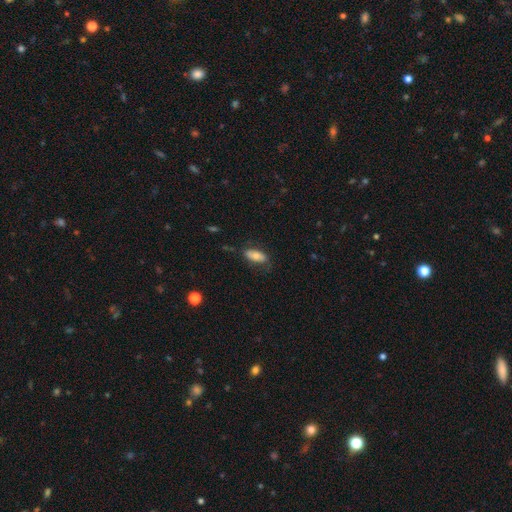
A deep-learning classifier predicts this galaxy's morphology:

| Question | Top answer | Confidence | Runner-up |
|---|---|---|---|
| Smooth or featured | smooth | 71% | featured or disk (22%) |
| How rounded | in between | 84% | cigar-shaped (13%) |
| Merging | none | 68% | minor disturbance (22%) |